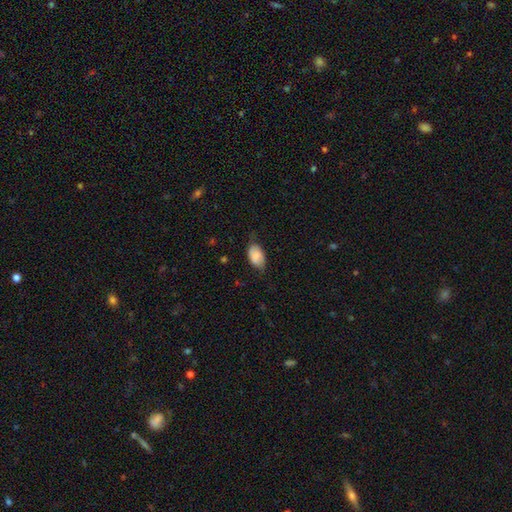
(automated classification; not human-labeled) Smooth or featured: smooth — 81% (featured or disk — 12%)
How rounded: in between — 92% (round — 7%)
Merging: none — 62% (minor disturbance — 30%)